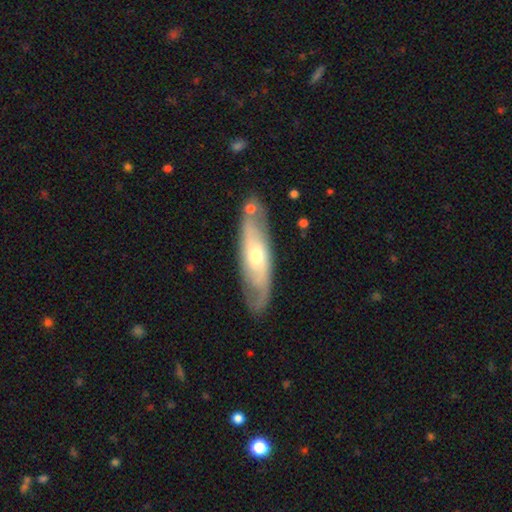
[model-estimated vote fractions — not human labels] Smooth or featured?
  - featured or disk: 61% *
  - smooth: 34%
  - star or artifact: 5%
Edge-on disk?
  - no: 71% *
  - yes: 29%
Merging?
  - none: 74% *
  - minor disturbance: 16%
  - major disturbance: 5%
  - merger: 5%